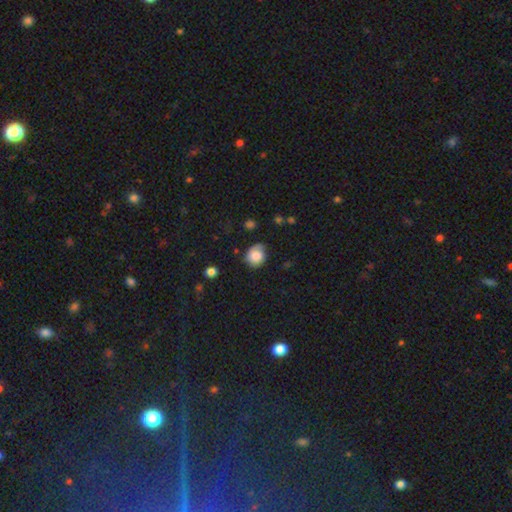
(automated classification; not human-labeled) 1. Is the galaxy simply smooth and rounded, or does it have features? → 77% smooth, 15% featured or disk, 9% star or artifact.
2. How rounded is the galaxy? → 72% round, 27% in between, 1% cigar-shaped.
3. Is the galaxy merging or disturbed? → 59% none, 30% minor disturbance, 9% major disturbance, 2% merger.